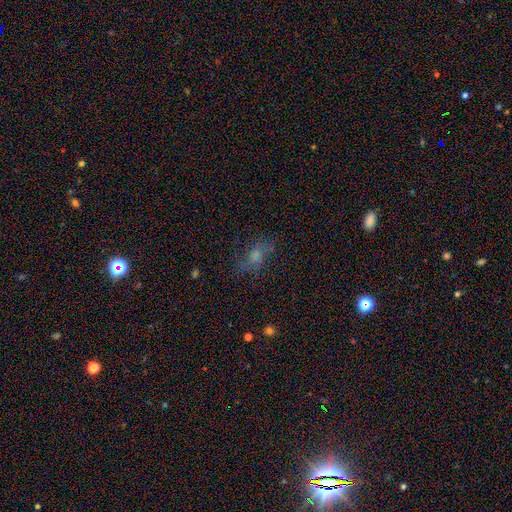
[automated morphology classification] This is possibly a smooth galaxy (58%). How rounded: likely in between (78%). Merging: possibly none (59%).